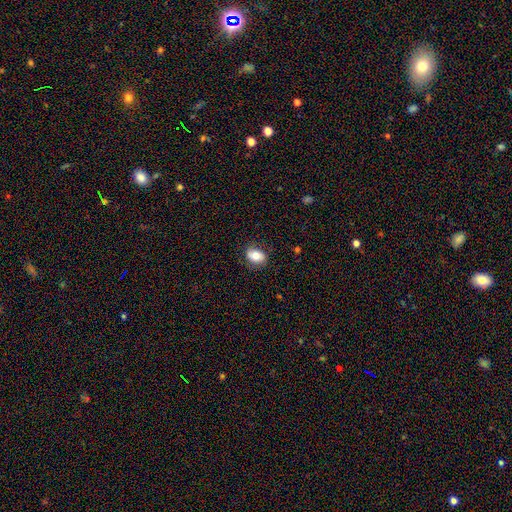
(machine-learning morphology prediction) smooth-or-featured: smooth: 72% | featured or disk: 20% | star or artifact: 8%
  how-rounded: in between: 75% | round: 23% | cigar-shaped: 1%
  merging: none: 80% | minor disturbance: 15% | major disturbance: 4% | merger: 1%